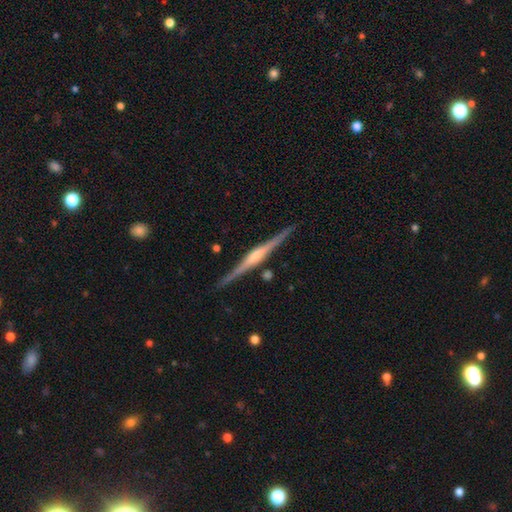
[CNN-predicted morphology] smooth_or_featured: featured or disk (p=0.87) [alt: smooth p=0.09]
disk_edge_on: yes (p=0.99) [alt: no p=0.01]
edge_on_bulge: rounded (p=0.75) [alt: boxy p=0.15]
merging: none (p=0.91) [alt: minor disturbance p=0.06]